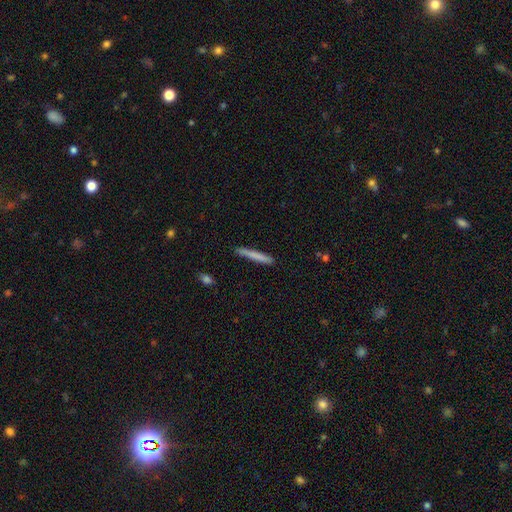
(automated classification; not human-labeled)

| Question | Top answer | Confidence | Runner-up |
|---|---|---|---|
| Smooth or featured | smooth | 75% | featured or disk (19%) |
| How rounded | cigar-shaped | 96% | in between (3%) |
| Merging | none | 88% | minor disturbance (9%) |